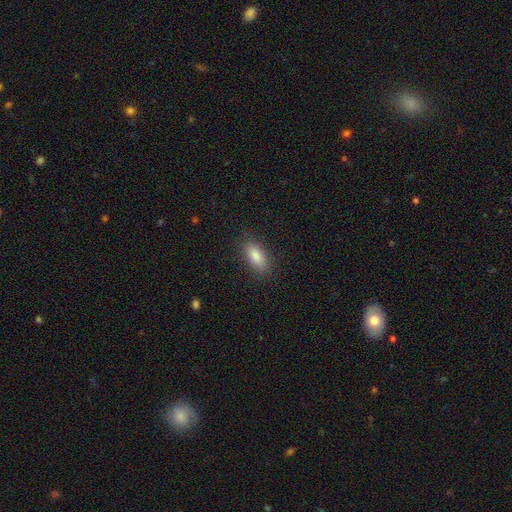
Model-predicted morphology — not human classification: Overall: smooth (85%). How rounded: in between (84%). Merging: none (86%).